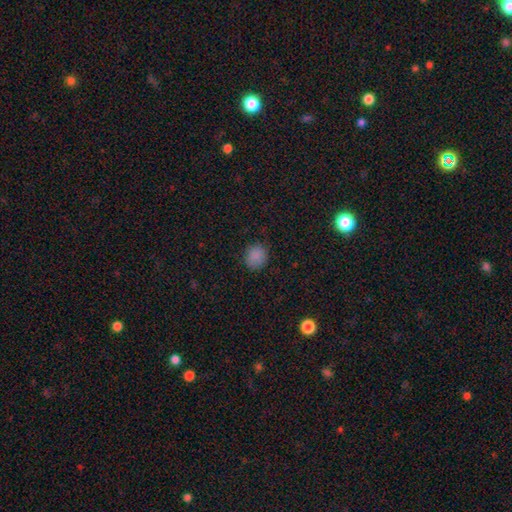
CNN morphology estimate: Q: Smooth or featured?
A: smooth (85%); runner-up: star or artifact (11%)
Q: How rounded?
A: round (80%); runner-up: in between (19%)
Q: Merging?
A: none (86%); runner-up: minor disturbance (11%)